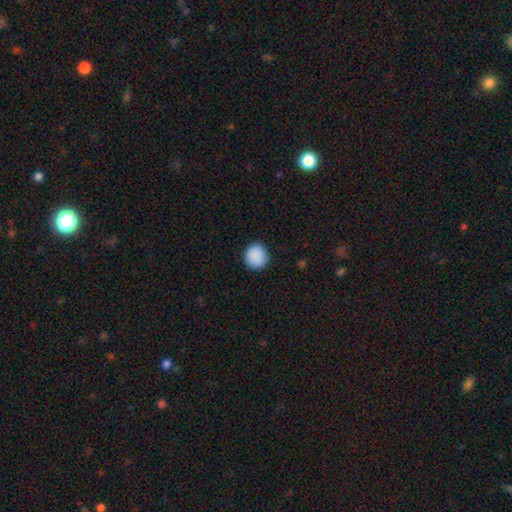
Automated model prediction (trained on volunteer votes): Smooth or featured: smooth — 89% (star or artifact — 8%)
How rounded: round — 88% (in between — 11%)
Merging: none — 87% (minor disturbance — 10%)